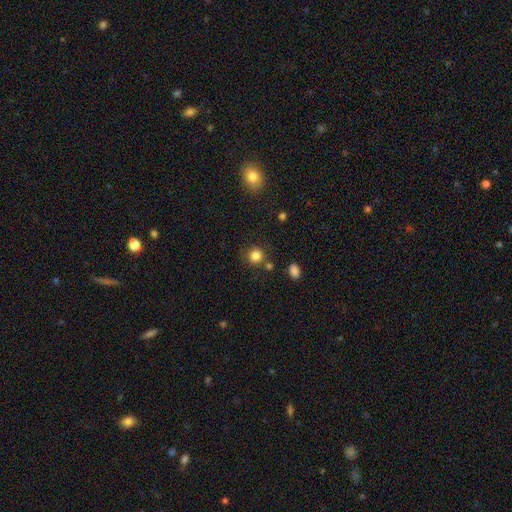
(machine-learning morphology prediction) Smooth or featured? smooth (83%)
How rounded? round (90%)
Merging? none (81%)